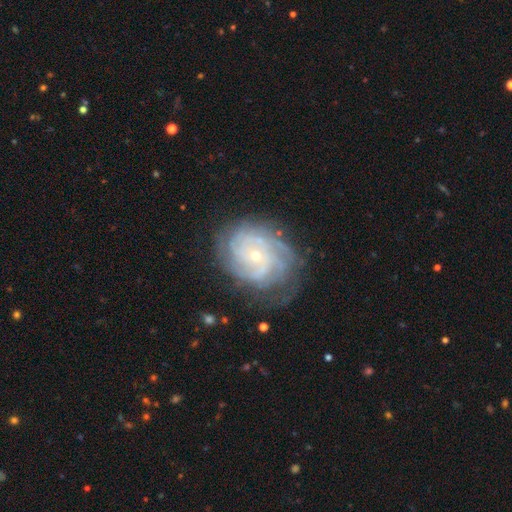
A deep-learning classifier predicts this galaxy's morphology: A featured or disk galaxy (84%) with no bar (77%), tight (72%) spiral arms (96%) and a small central bulge (75%).

Vote fractions:
- Smooth or featured? featured or disk: 84% / smooth: 9% / star or artifact: 7%
- Edge-on disk? no: 97% / yes: 3%
- Bar? no: 77% / weak: 19% / strong: 4%
- Spiral arms? yes: 96% / no: 4%
- Spiral winding? tight: 72% / medium: 23% / loose: 5%
- Spiral arm count? can't tell: 32% / 4: 22% / 3: 16% / more than 4: 12% / 2: 12% / 1: 6%
- Bulge size? small: 75% / moderate: 22% / large: 1% / none: 1% / dominant: 1%
- Merging? none: 69% / minor disturbance: 20% / major disturbance: 10% / merger: 2%